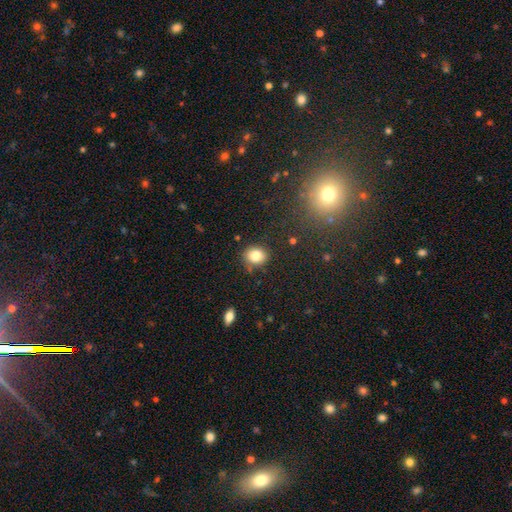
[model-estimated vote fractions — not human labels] This is clearly a smooth galaxy (82%). How rounded: likely round (62%). Merging: clearly none (81%).